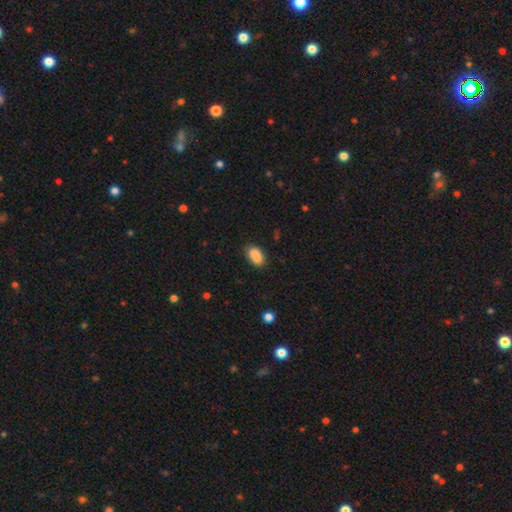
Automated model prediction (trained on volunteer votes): smooth-or-featured: smooth: 89% | star or artifact: 7% | featured or disk: 3%
  how-rounded: in between: 92% | round: 5% | cigar-shaped: 3%
  merging: none: 84% | minor disturbance: 12% | major disturbance: 2% | merger: 1%